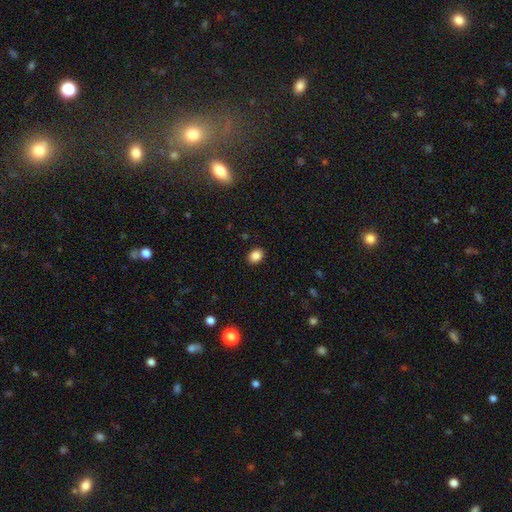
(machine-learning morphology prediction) Smooth or featured?
  - smooth: 87% *
  - star or artifact: 10%
  - featured or disk: 4%
How rounded?
  - in between: 55% *
  - round: 44%
  - cigar-shaped: 1%
Merging?
  - none: 90% *
  - minor disturbance: 7%
  - major disturbance: 2%
  - merger: 1%